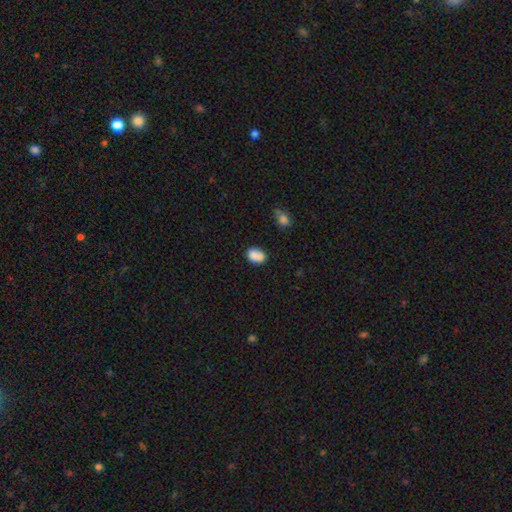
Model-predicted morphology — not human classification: This is likely a smooth galaxy (79%). How rounded: likely in between (62%). Merging: marginally none (43%).